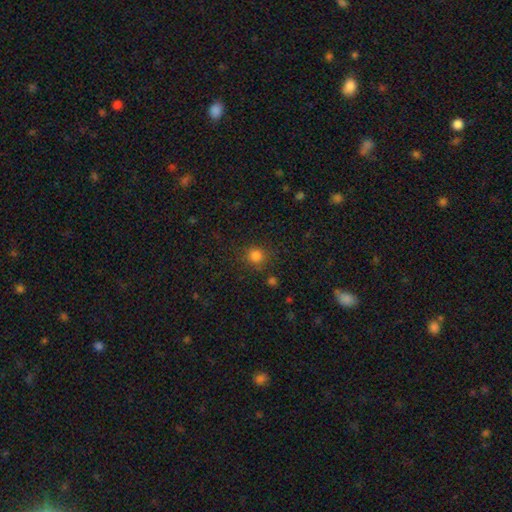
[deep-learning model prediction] Morphology: type=smooth (82%); roundness=round (89%); merging=none (82%).